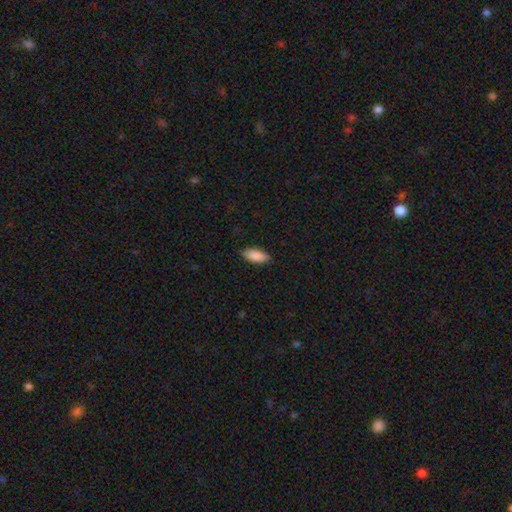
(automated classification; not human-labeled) Morphology: type=smooth (88%); roundness=in between (86%); merging=none (88%).